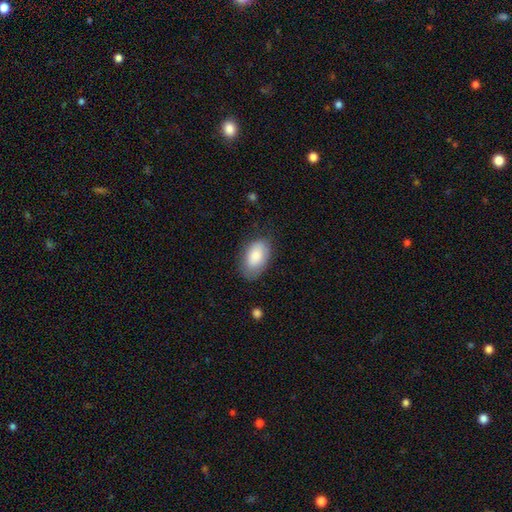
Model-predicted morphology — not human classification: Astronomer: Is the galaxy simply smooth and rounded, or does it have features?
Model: smooth — 84%.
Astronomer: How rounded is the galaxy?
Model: in between — 93%.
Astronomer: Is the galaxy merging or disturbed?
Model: none — 73%.